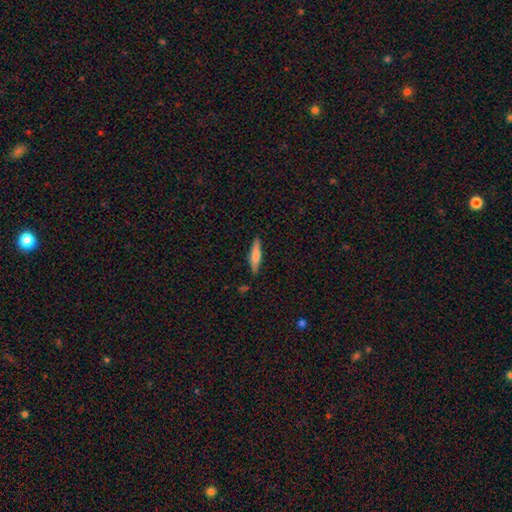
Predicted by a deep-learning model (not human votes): Overall: smooth (60%; featured or disk 34%). How rounded: cigar-shaped (81%). Merging: none (87%).